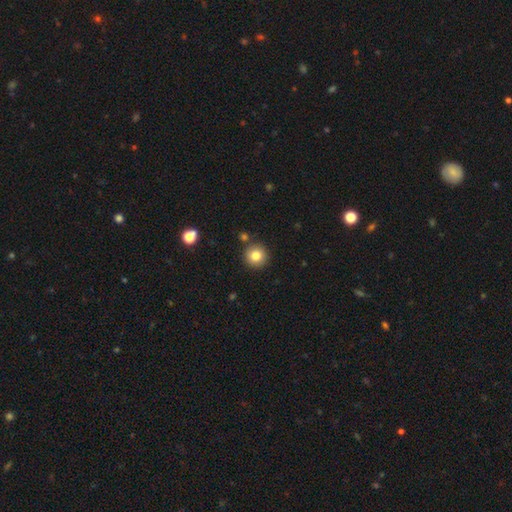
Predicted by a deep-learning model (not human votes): A smooth galaxy with no disk features (82%) that is round (94%).

Vote fractions:
- Smooth or featured? smooth: 82% / star or artifact: 10% / featured or disk: 8%
- How rounded? round: 94% / in between: 5% / cigar-shaped: 1%
- Merging? none: 85% / minor disturbance: 7% / merger: 5% / major disturbance: 2%